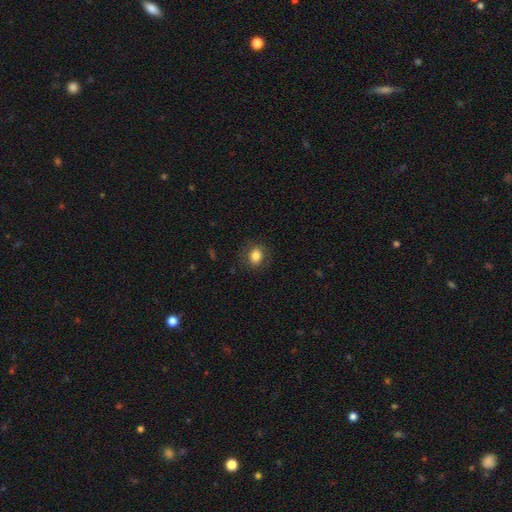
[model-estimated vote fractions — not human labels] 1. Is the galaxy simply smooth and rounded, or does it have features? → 80% smooth, 11% featured or disk, 9% star or artifact.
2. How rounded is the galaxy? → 54% round, 45% in between, 1% cigar-shaped.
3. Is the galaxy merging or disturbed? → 81% none, 12% minor disturbance, 5% major disturbance, 1% merger.